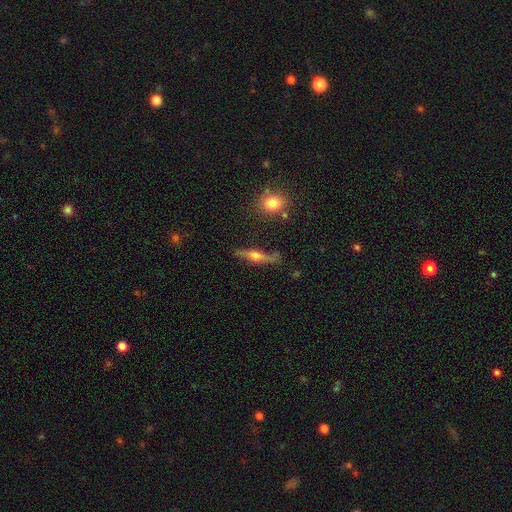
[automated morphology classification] Overall: featured or disk (67%). Edge-on disk: yes (85%). Edge-on bulge: rounded (90%). Merging: none (72%).